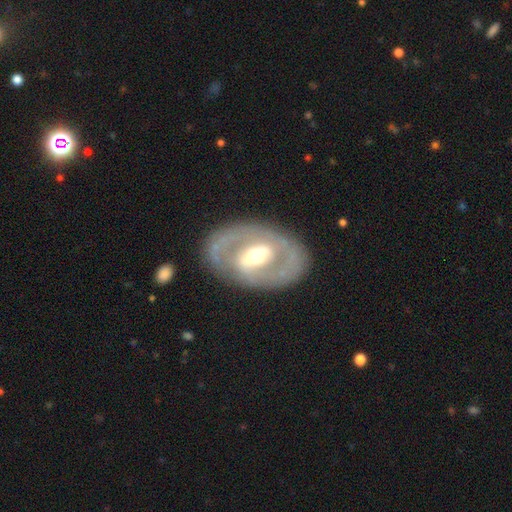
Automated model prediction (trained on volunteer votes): Smooth or featured? Predicted: featured or disk (p=0.77). Edge-on disk? Predicted: no (p=0.93). Bar? Predicted: strong (p=0.44). Spiral arms? Predicted: yes (p=0.53). Bulge size? Predicted: moderate (p=0.68). Merging? Predicted: none (p=0.80).